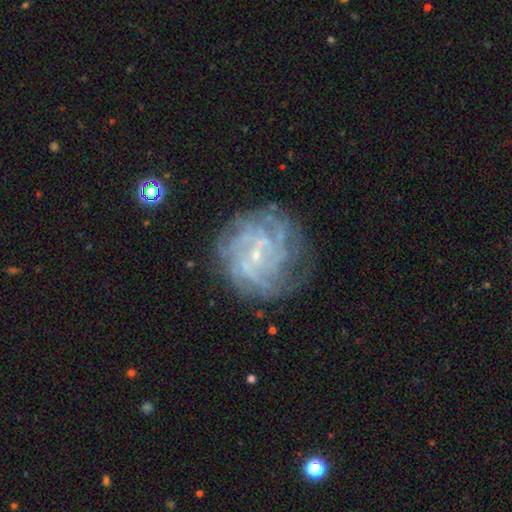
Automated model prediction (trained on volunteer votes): Smooth or featured? featured or disk (79%)
Edge-on disk? no (97%)
Bar? no (52%)
Spiral arms? yes (86%)
Spiral winding? tight (61%)
Spiral arm count? can't tell (44%)
Bulge size? small (79%)
Merging? none (68%)